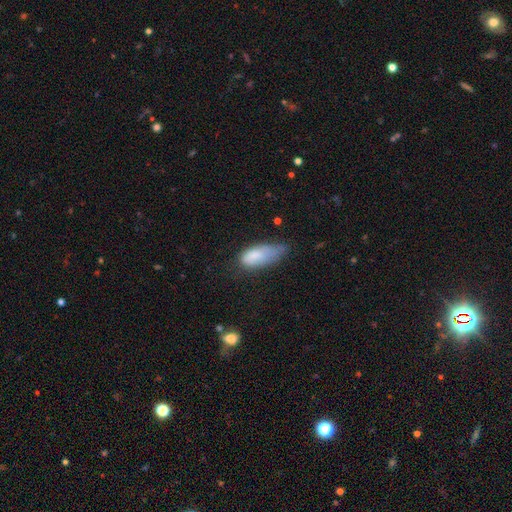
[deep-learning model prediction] Morphology: type=smooth (78%); roundness=in between (84%); merging=minor disturbance (45%).